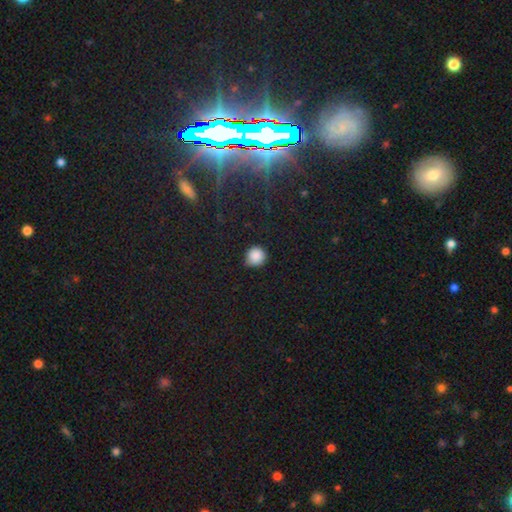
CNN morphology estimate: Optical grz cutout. It shows a smooth galaxy with no disk features (87%) that is round (93%). Merging: none (79%).